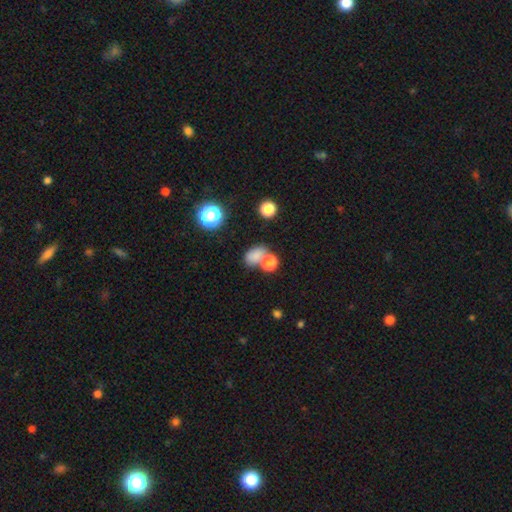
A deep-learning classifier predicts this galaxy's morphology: A smooth galaxy with no disk features (76%) that is in between round and cigar-shaped (68%). Merging: none (44%).